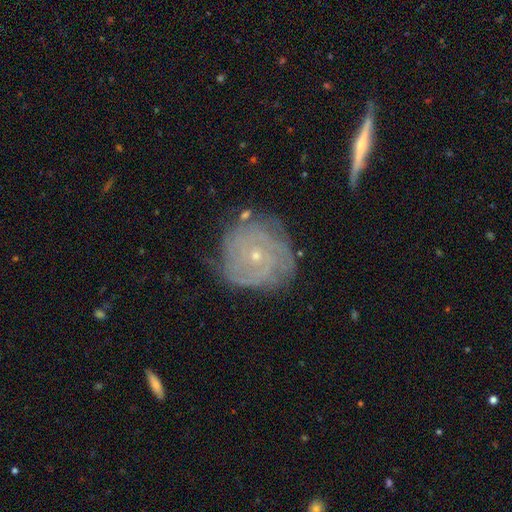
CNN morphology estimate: Q: Smooth or featured?
A: featured or disk (79%); runner-up: smooth (13%)
Q: Edge-on disk?
A: no (96%); runner-up: yes (4%)
Q: Bar?
A: no (82%); runner-up: weak (15%)
Q: Spiral arms?
A: yes (92%); runner-up: no (8%)
Q: Spiral winding?
A: tight (76%); runner-up: medium (19%)
Q: Spiral arm count?
A: can't tell (38%); runner-up: 3 (18%)
Q: Bulge size?
A: small (79%); runner-up: moderate (18%)
Q: Merging?
A: none (74%); runner-up: minor disturbance (18%)